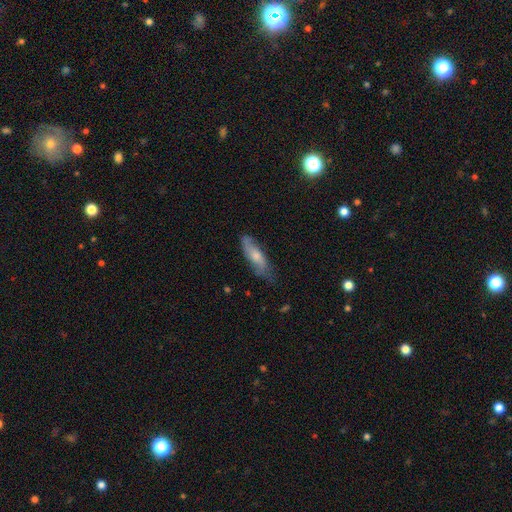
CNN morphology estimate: Overall: smooth (59%; featured or disk 35%). How rounded: cigar-shaped (54%; in between 44%). Merging: none (65%; minor disturbance 27%).